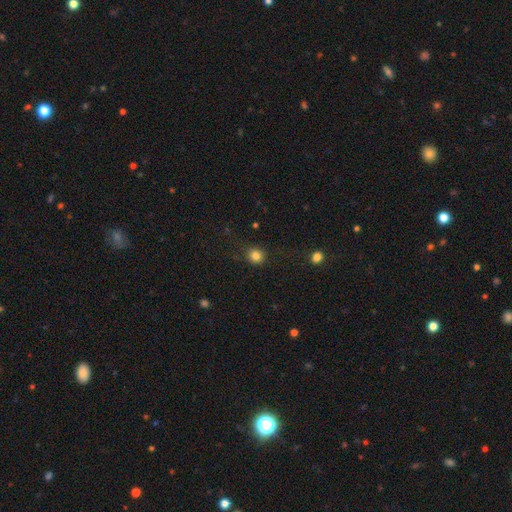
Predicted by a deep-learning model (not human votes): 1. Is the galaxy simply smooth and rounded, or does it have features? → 83% smooth, 12% star or artifact, 5% featured or disk.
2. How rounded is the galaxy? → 89% round, 10% in between, 1% cigar-shaped.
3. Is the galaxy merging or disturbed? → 84% none, 11% minor disturbance, 4% major disturbance, 2% merger.